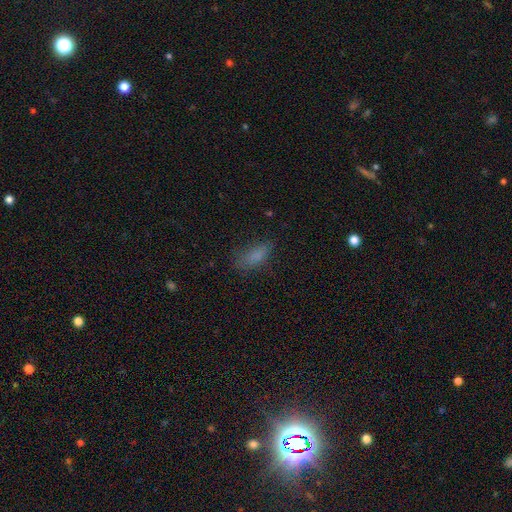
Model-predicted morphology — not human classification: A smooth galaxy with no disk features (79%) that is in between round and cigar-shaped (76%). Merging: none (70%).